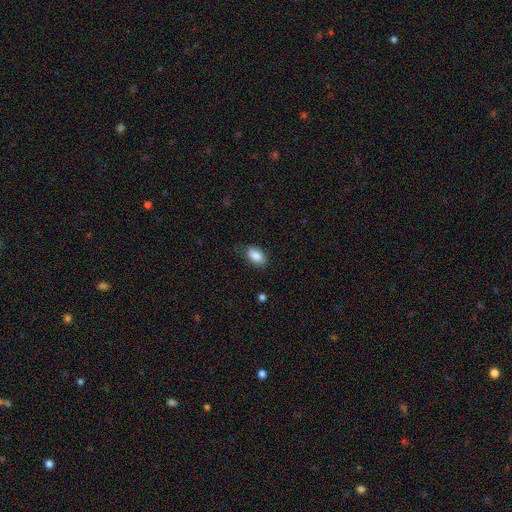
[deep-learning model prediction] smooth 85%, featured or disk 8%, star or artifact 7%. Down the decision tree: how rounded — in between (92%); merging — none (75%).